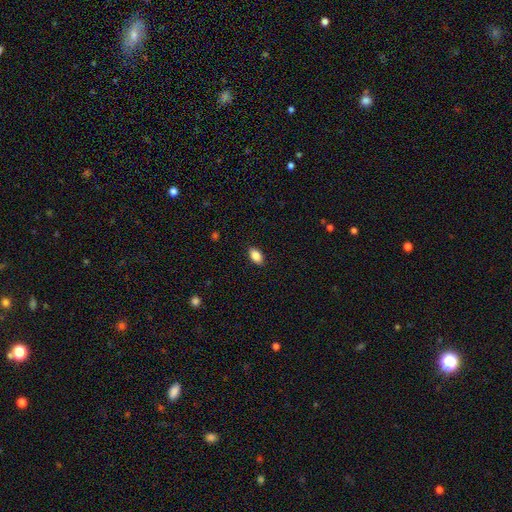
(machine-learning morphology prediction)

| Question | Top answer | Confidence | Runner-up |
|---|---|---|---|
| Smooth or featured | smooth | 88% | star or artifact (8%) |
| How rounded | in between | 90% | round (7%) |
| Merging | none | 89% | minor disturbance (8%) |